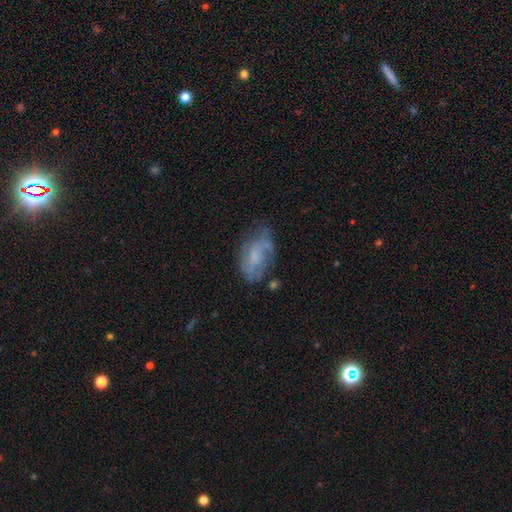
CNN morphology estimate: featured or disk 54%, smooth 37%, star or artifact 9%. Down the decision tree: edge-on disk — no (95%); bar — no (59%); spiral arms — yes (66%); bulge size — small (35%, tied with none); merging — none (51%).